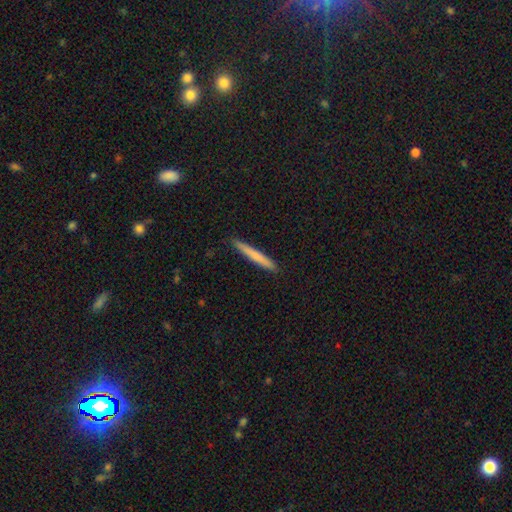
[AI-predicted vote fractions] Smooth or featured? Predicted: smooth (p=0.70). How rounded? Predicted: cigar-shaped (p=0.97). Merging? Predicted: none (p=0.91).